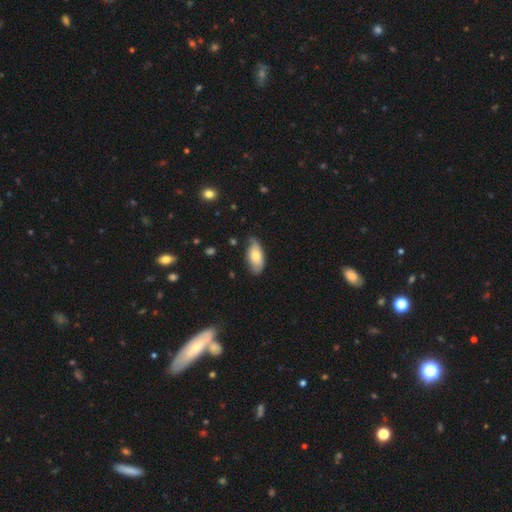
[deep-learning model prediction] A smooth galaxy with no disk features (70%) that is in between round and cigar-shaped (92%).

Vote fractions:
- Smooth or featured? smooth: 70% / featured or disk: 24% / star or artifact: 6%
- How rounded? in between: 92% / cigar-shaped: 6% / round: 2%
- Merging? none: 66% / minor disturbance: 28% / major disturbance: 5% / merger: 2%